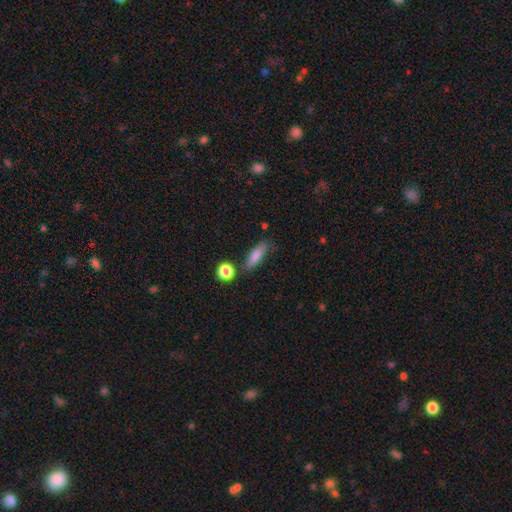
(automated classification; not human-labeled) This appears to be a smooth galaxy with no disk features (74%) that is cigar-shaped (58%). Merging: none (75%).